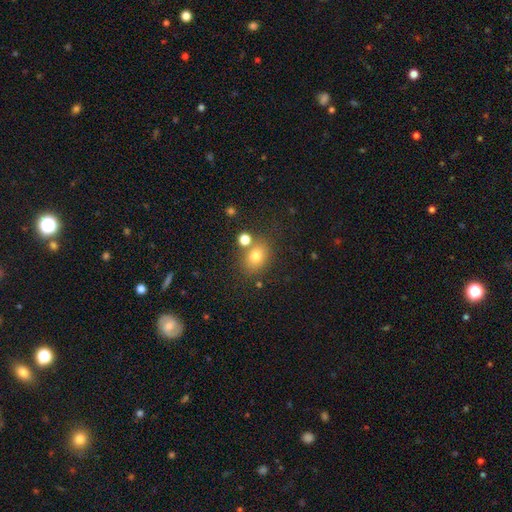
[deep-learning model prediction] smooth 76%, star or artifact 14%, featured or disk 10%. Down the decision tree: how rounded — in between (53%); merging — none (68%).